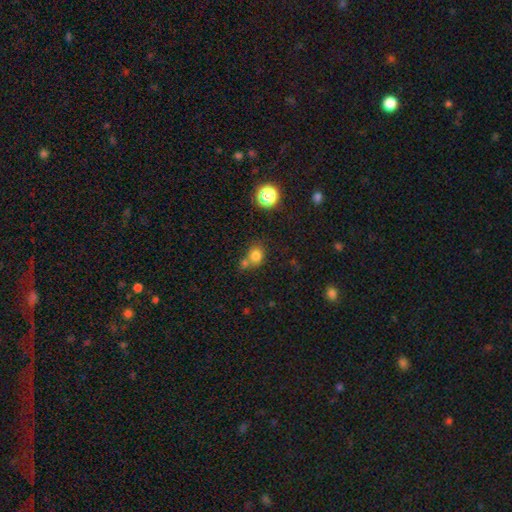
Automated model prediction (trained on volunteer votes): Overall: smooth (78%). How rounded: round (73%). Merging: none (55%; merger 28%).